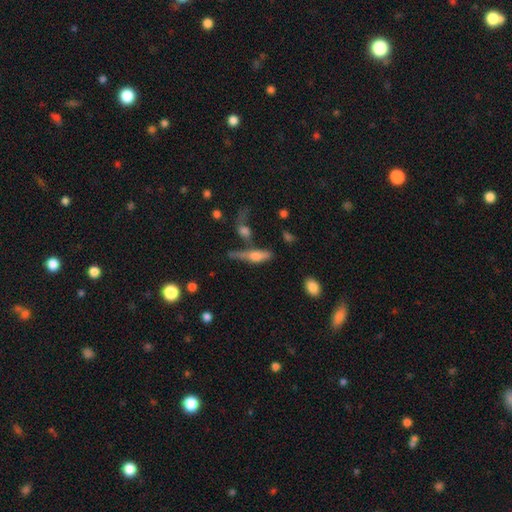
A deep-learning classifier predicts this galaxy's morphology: Smooth or featured? smooth (51%)
How rounded? cigar-shaped (57%)
Merging? none (43%)